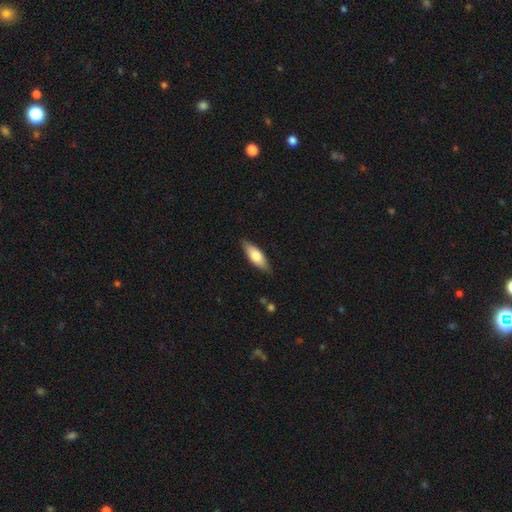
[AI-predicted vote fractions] smooth_or_featured: smooth (p=0.71) [alt: featured or disk p=0.24]
how_rounded: in between (p=0.63) [alt: cigar-shaped p=0.35]
merging: none (p=0.84) [alt: minor disturbance p=0.13]